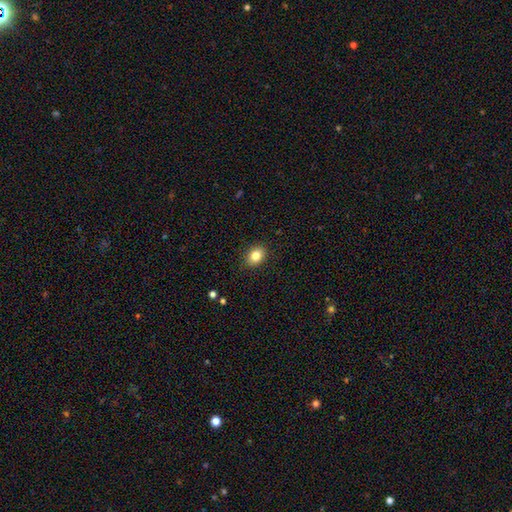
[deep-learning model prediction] Overall: smooth (83%). How rounded: in between (68%; round 31%). Merging: none (88%).